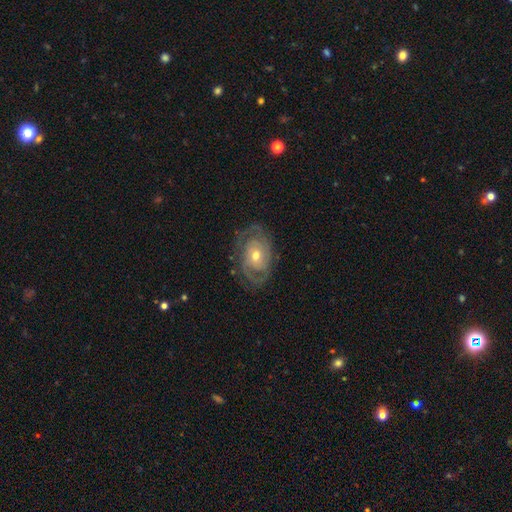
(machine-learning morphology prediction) smooth_or_featured: featured or disk (p=0.81) [alt: smooth p=0.13]
disk_edge_on: no (p=0.95) [alt: yes p=0.05]
bar: no (p=0.73) [alt: weak p=0.21]
has_spiral_arms: yes (p=0.87) [alt: no p=0.13]
spiral_winding: tight (p=0.62) [alt: medium p=0.29]
spiral_arm_count: 2 (p=0.52) [alt: can't tell p=0.27]
bulge_size: moderate (p=0.58) [alt: small p=0.37]
merging: none (p=0.74) [alt: minor disturbance p=0.17]